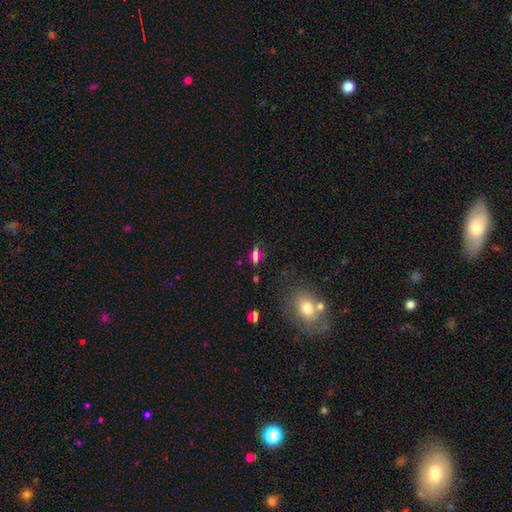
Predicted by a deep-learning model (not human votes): Smooth or featured? smooth (57%)
How rounded? in between (62%)
Merging? none (80%)